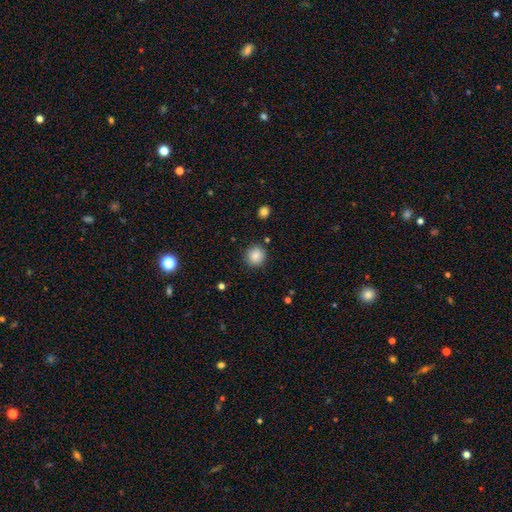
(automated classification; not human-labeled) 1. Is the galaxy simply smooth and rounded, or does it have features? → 86% smooth, 9% star or artifact, 5% featured or disk.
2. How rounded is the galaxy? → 91% round, 8% in between, 1% cigar-shaped.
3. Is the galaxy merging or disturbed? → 87% none, 8% minor disturbance, 2% major disturbance, 2% merger.